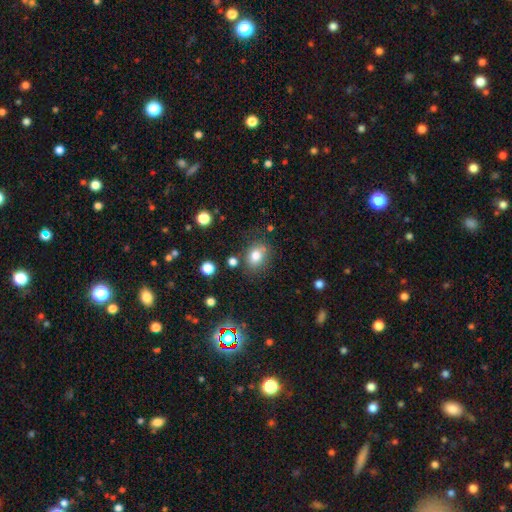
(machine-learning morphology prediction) Smooth or featured? Predicted: smooth (p=0.79). How rounded? Predicted: in between (p=0.56). Merging? Predicted: none (p=0.72).